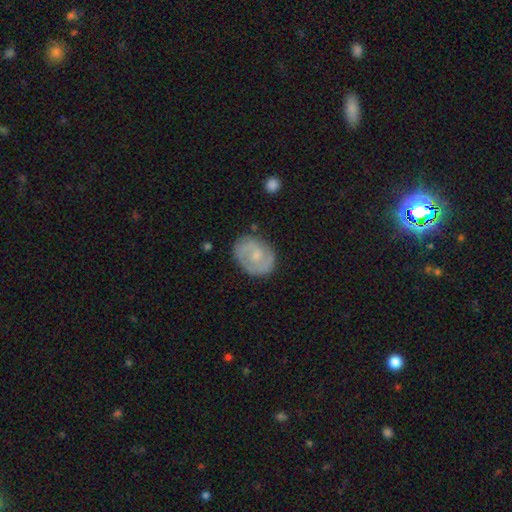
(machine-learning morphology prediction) A featured or disk galaxy (59%) with no bar (55%), spiral arms (76%) and a small central bulge (56%). Merging: none (77%).